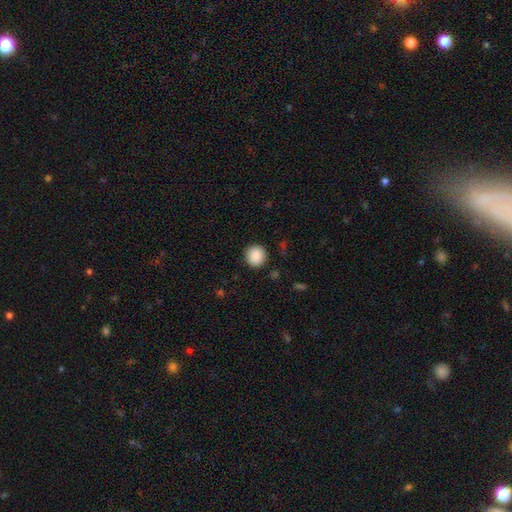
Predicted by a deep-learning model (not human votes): Smooth or featured? smooth (89%)
How rounded? round (92%)
Merging? none (91%)